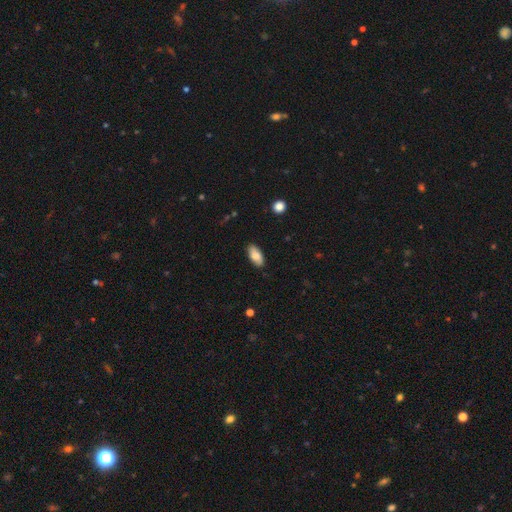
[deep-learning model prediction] Q: Smooth or featured?
A: smooth (81%); runner-up: featured or disk (13%)
Q: How rounded?
A: in between (91%); runner-up: cigar-shaped (6%)
Q: Merging?
A: none (87%); runner-up: minor disturbance (10%)